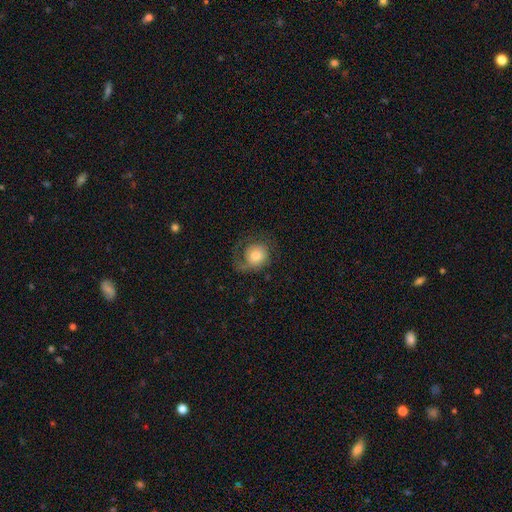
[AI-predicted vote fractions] Smooth or featured? Predicted: smooth (p=0.53). How rounded? Predicted: round (p=0.76). Merging? Predicted: none (p=0.51).